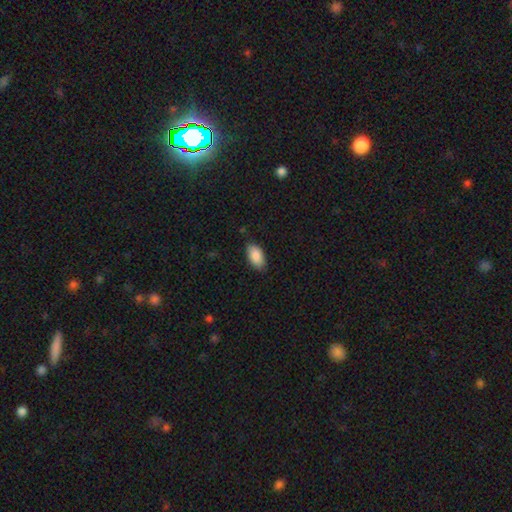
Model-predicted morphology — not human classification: Smooth or featured? smooth (89%)
How rounded? in between (94%)
Merging? none (82%)